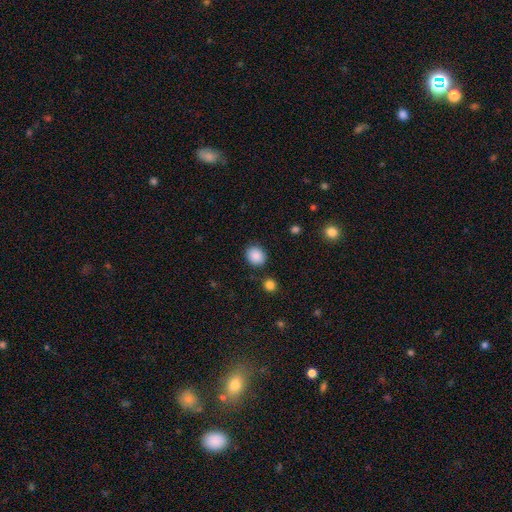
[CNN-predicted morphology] A smooth galaxy with no disk features (88%) that is round (68%). Merging: none (86%).